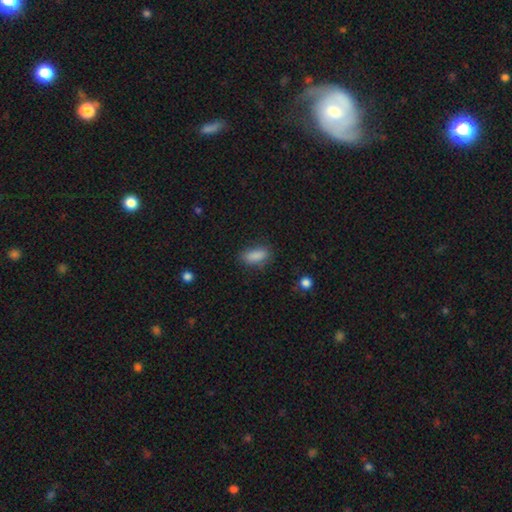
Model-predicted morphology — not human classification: This appears to be a smooth galaxy with no disk features (87%) that is in between round and cigar-shaped (84%). Merging: none (78%).